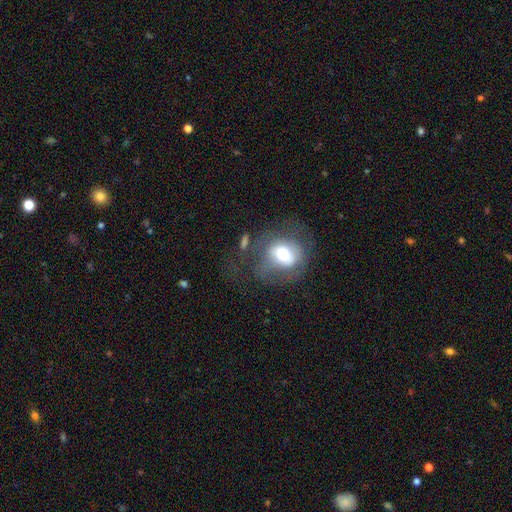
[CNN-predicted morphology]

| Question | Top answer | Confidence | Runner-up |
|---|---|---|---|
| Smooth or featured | smooth | 46% | featured or disk (35%) |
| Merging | none | 51% | major disturbance (22%) |